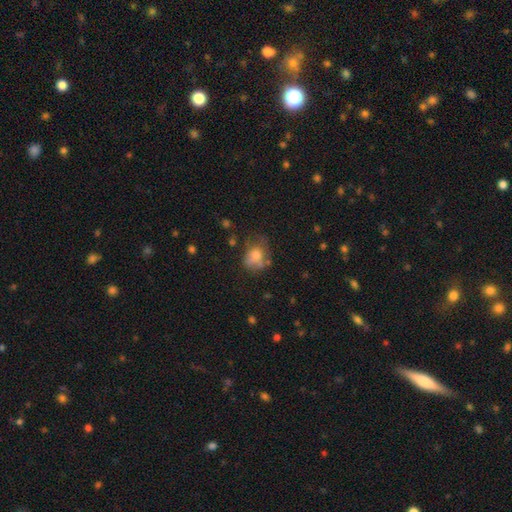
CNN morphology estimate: A smooth galaxy with no disk features (64%) that is round (50%). Merging: none (41%).